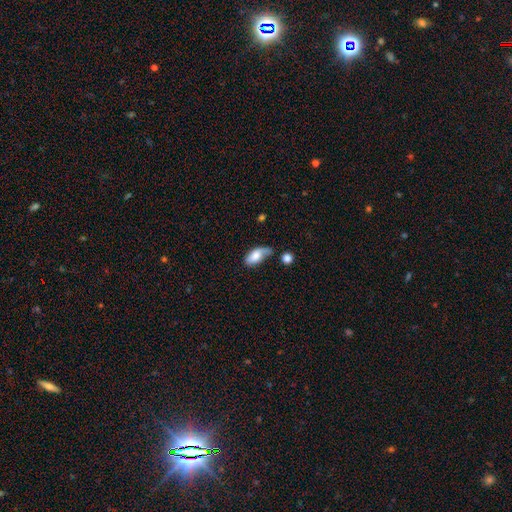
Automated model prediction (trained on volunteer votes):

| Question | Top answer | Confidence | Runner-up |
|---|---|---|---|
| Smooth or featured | smooth | 69% | featured or disk (24%) |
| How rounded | in between | 89% | cigar-shaped (7%) |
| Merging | none | 35% | minor disturbance (31%) |